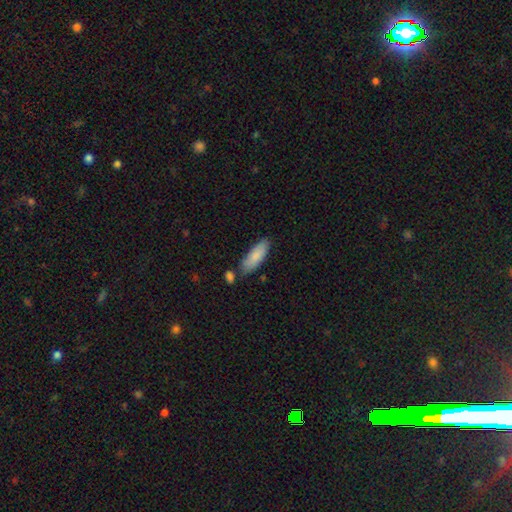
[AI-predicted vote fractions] A smooth galaxy with no disk features (85%) that is in between round and cigar-shaped (63%).

Vote fractions:
- Smooth or featured? smooth: 85% / featured or disk: 10% / star or artifact: 5%
- How rounded? in between: 63% / cigar-shaped: 36% / round: 2%
- Merging? none: 69% / minor disturbance: 18% / merger: 9% / major disturbance: 4%